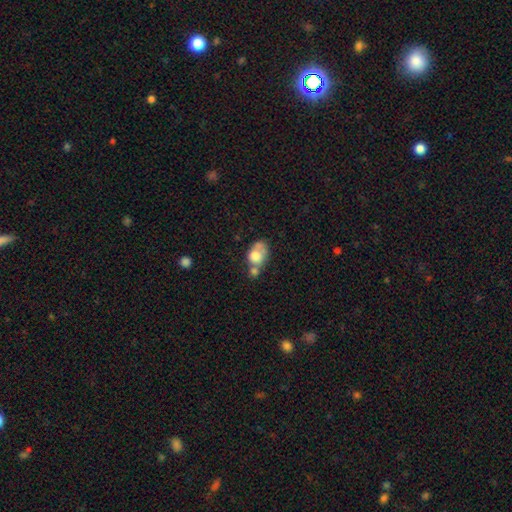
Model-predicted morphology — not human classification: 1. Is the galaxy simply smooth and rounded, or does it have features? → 67% smooth, 24% featured or disk, 9% star or artifact.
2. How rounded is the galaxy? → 65% in between, 33% round, 2% cigar-shaped.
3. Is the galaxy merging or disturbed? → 51% merger, 23% none, 15% minor disturbance, 12% major disturbance.